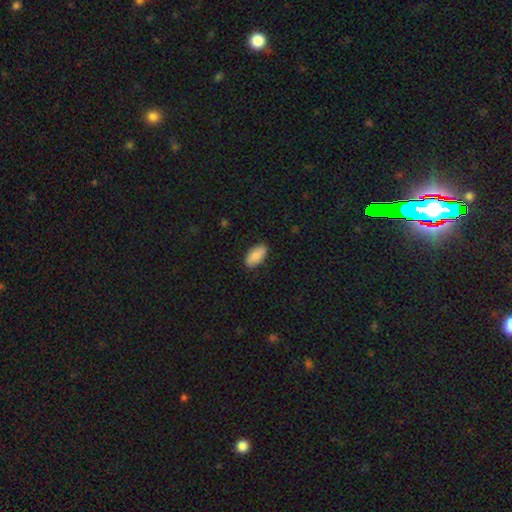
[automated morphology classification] smooth 87%, featured or disk 7%, star or artifact 6%. Down the decision tree: how rounded — in between (92%); merging — none (88%).